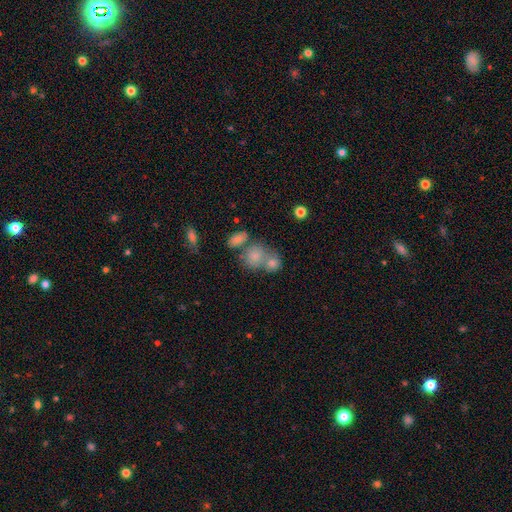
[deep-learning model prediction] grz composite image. It shows a smooth galaxy with no disk features (70%) that is round (60%). Merging: merger (45%).